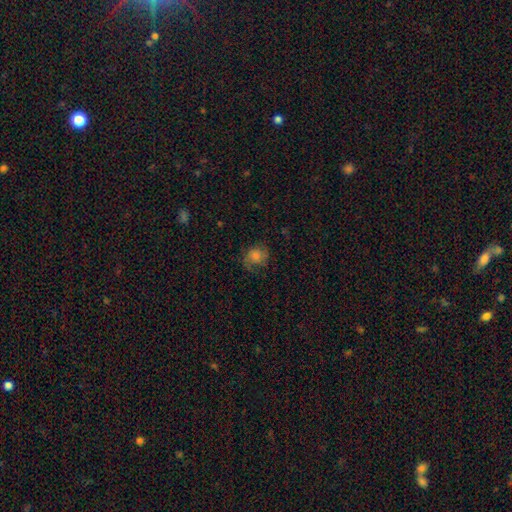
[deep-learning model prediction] This appears to be a smooth galaxy with no disk features (58%) that is round (69%). Merging: none (67%).